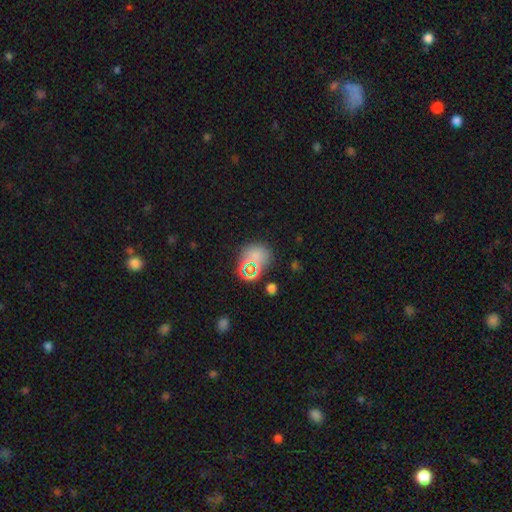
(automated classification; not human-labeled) Smooth or featured: smooth — 63% (star or artifact — 30%)
How rounded: round — 61% (in between — 38%)
Merging: none — 73% (minor disturbance — 14%)